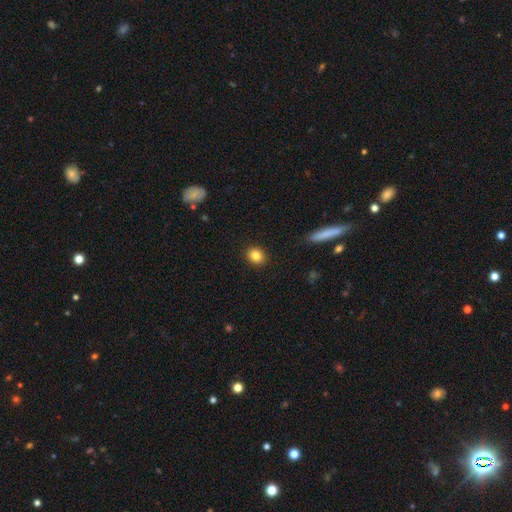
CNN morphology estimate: A smooth galaxy with no disk features (84%) that is round (63%).

Vote fractions:
- Smooth or featured? smooth: 84% / star or artifact: 10% / featured or disk: 6%
- How rounded? round: 63% / in between: 36% / cigar-shaped: 1%
- Merging? none: 91% / minor disturbance: 6% / major disturbance: 2% / merger: 1%